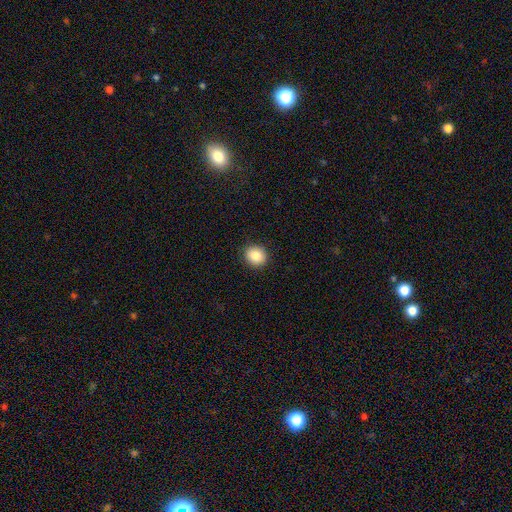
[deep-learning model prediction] A smooth galaxy with no disk features (85%) that is round (84%).

Vote fractions:
- Smooth or featured? smooth: 85% / star or artifact: 9% / featured or disk: 5%
- How rounded? round: 84% / in between: 15% / cigar-shaped: 1%
- Merging? none: 91% / minor disturbance: 6% / major disturbance: 2% / merger: 1%